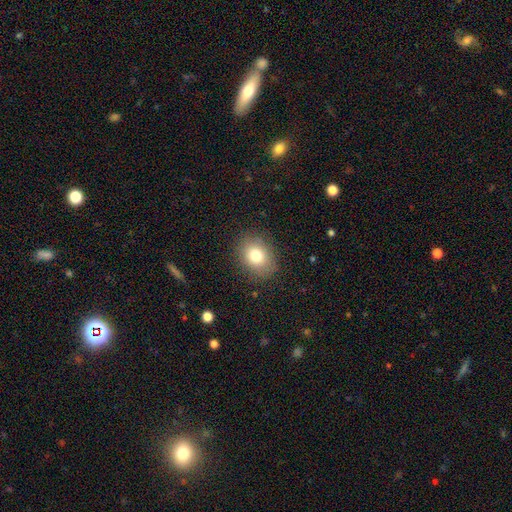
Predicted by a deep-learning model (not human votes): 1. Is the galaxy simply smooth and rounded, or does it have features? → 78% smooth, 11% featured or disk, 10% star or artifact.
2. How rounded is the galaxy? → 56% in between, 44% round, 1% cigar-shaped.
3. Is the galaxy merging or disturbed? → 84% none, 11% minor disturbance, 4% major disturbance, 1% merger.